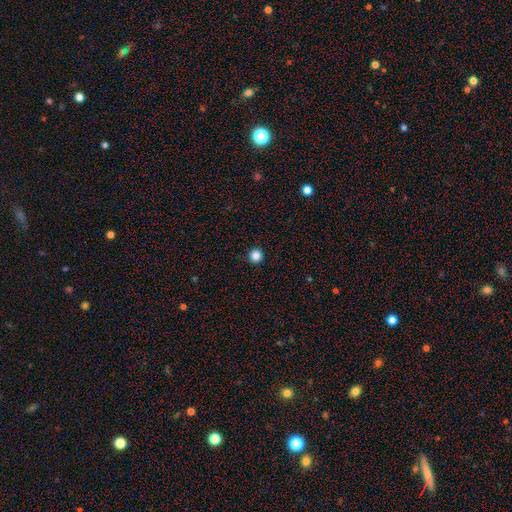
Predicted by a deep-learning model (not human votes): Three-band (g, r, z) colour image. It shows a smooth galaxy with no disk features (85%) that is round (96%). Merging: none (93%).